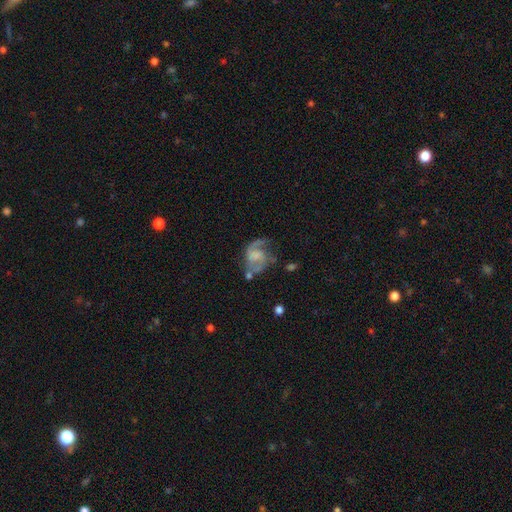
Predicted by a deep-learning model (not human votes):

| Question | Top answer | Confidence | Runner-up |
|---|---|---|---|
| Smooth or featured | featured or disk | 79% | smooth (14%) |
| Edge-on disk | no | 98% | yes (2%) |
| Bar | no | 49% | weak (43%) |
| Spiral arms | yes | 92% | no (8%) |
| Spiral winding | medium | 50% | loose (33%) |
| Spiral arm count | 2 | 81% | 1 (8%) |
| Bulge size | small | 33% | none (32%) |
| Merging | none | 48% | minor disturbance (23%) |